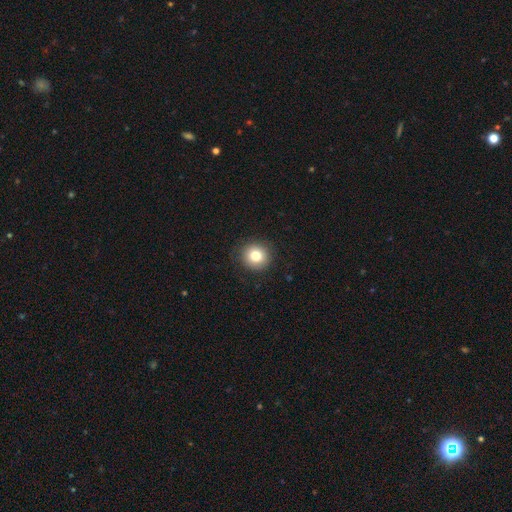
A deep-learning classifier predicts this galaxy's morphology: Q: Smooth or featured?
A: smooth (82%); runner-up: star or artifact (10%)
Q: How rounded?
A: round (90%); runner-up: in between (9%)
Q: Merging?
A: none (90%); runner-up: minor disturbance (7%)